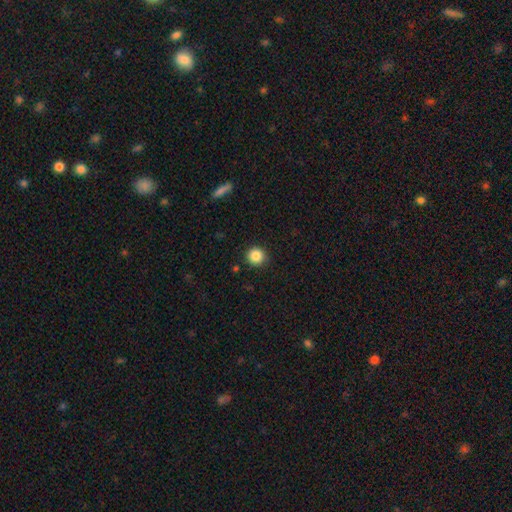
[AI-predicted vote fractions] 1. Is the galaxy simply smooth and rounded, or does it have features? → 85% smooth, 10% star or artifact, 4% featured or disk.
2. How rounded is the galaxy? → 94% round, 5% in between, 1% cigar-shaped.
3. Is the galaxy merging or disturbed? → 91% none, 6% minor disturbance, 2% major disturbance, 1% merger.